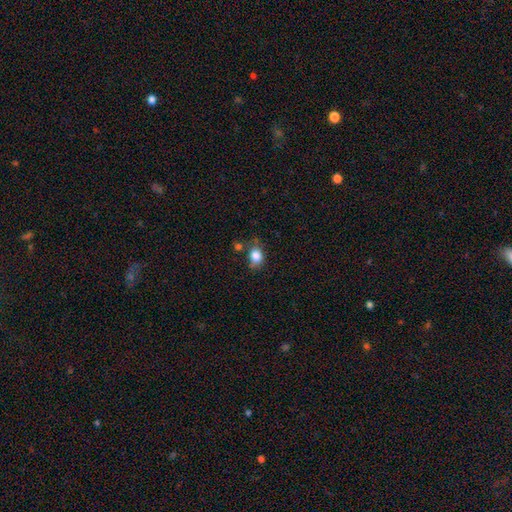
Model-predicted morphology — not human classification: smooth-or-featured: smooth: 83% | star or artifact: 10% | featured or disk: 8%
  how-rounded: in between: 57% | round: 42% | cigar-shaped: 1%
  merging: none: 54% | minor disturbance: 27% | merger: 10% | major disturbance: 9%